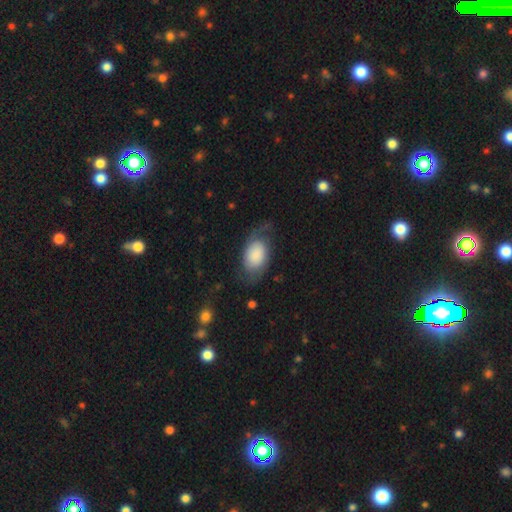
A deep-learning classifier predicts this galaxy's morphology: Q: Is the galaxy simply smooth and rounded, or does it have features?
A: smooth — 54%.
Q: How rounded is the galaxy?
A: in between — 84%.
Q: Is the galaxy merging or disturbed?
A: none — 58%.